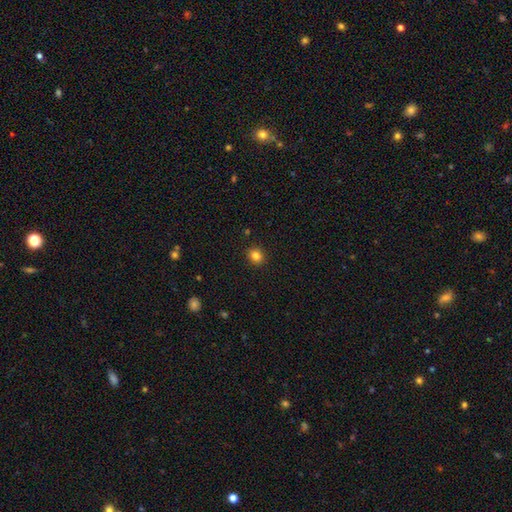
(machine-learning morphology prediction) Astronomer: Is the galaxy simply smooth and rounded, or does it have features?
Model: smooth — 83%.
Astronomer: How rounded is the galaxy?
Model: round — 69%.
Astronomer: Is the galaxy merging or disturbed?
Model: none — 91%.